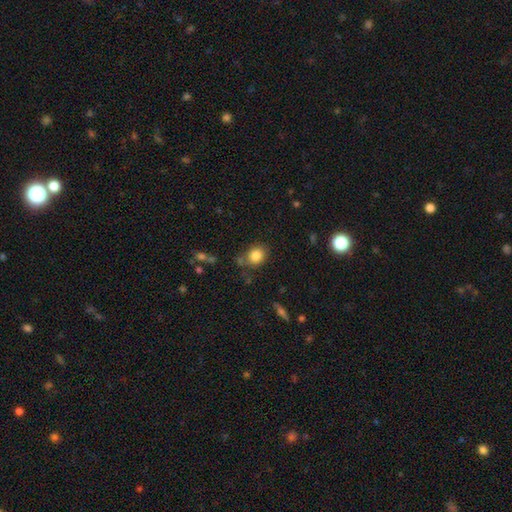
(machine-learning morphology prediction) This appears to be a smooth galaxy with no disk features (84%) that is round (60%). Merging: none (72%).